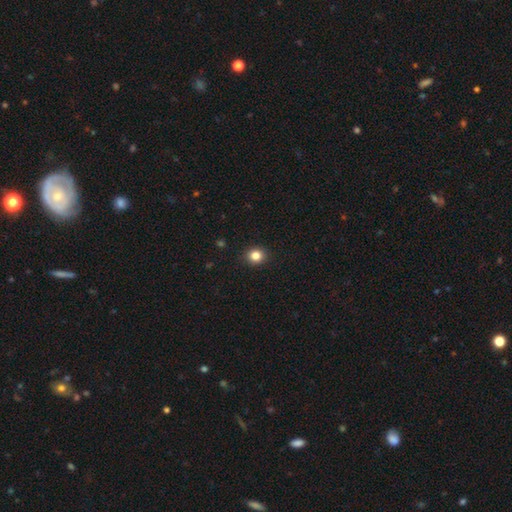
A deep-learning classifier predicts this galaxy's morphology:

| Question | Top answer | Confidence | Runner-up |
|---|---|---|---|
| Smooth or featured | smooth | 83% | star or artifact (12%) |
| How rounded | round | 82% | in between (17%) |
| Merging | none | 92% | minor disturbance (6%) |